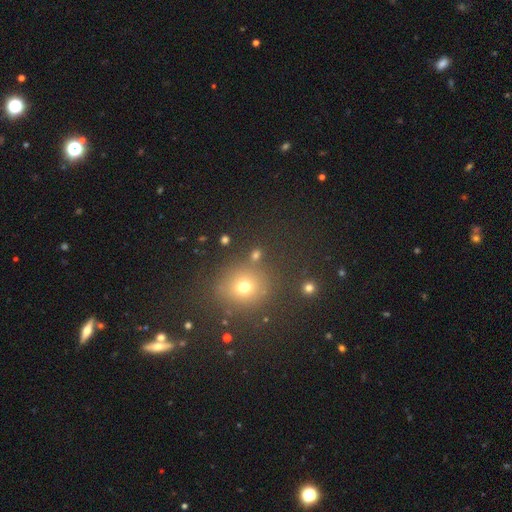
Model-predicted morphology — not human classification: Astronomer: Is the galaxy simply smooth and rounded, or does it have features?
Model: smooth — 62%.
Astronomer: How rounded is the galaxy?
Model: round — 84%.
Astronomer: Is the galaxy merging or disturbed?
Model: none — 81%.